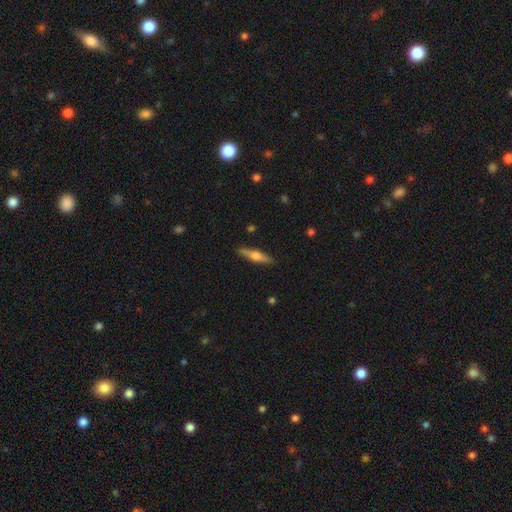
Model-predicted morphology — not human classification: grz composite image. It shows a featured or disk galaxy (57%) viewed edge-on (96%) with a rounded central bulge (88%). Merging: none (88%).